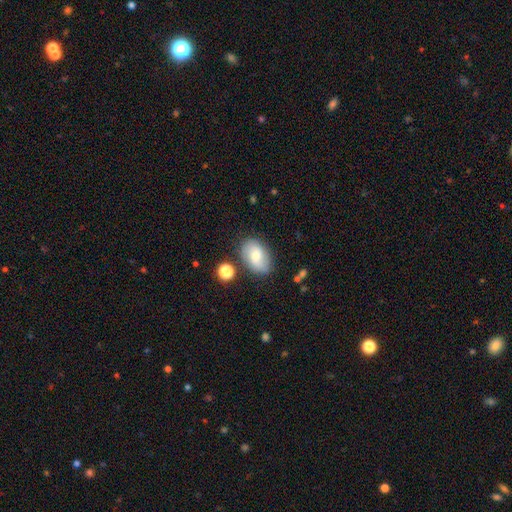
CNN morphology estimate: smooth-or-featured: smooth: 57% | featured or disk: 35% | star or artifact: 9%
  how-rounded: in between: 83% | round: 16% | cigar-shaped: 1%
  merging: none: 75% | minor disturbance: 16% | merger: 5% | major disturbance: 4%